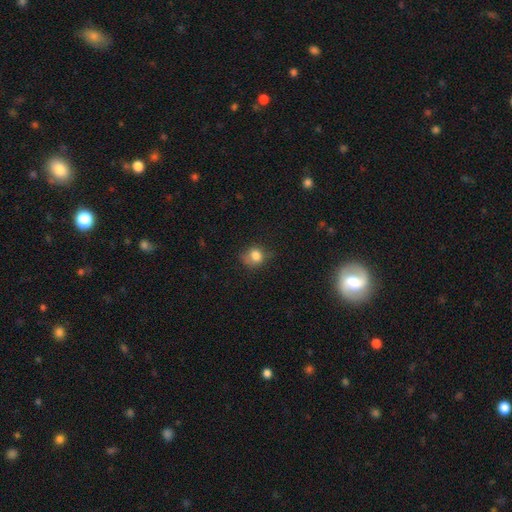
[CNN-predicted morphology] Smooth or featured?
  - smooth: 79% *
  - star or artifact: 11%
  - featured or disk: 10%
How rounded?
  - round: 63% *
  - in between: 36%
  - cigar-shaped: 1%
Merging?
  - none: 52% *
  - minor disturbance: 33%
  - major disturbance: 13%
  - merger: 2%